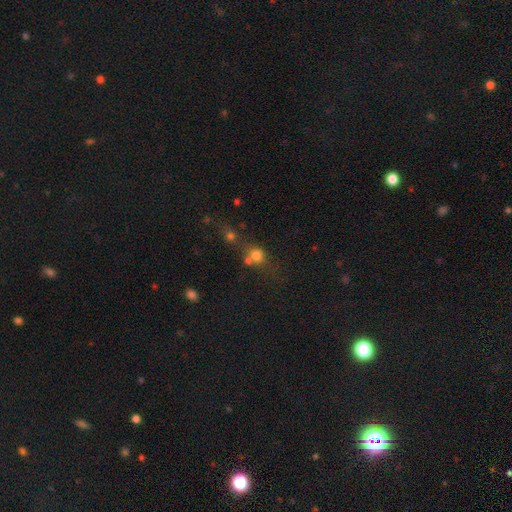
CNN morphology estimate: Smooth or featured: smooth — 70% (star or artifact — 17%)
How rounded: round — 76% (in between — 21%)
Merging: merger — 43% (none — 39%)